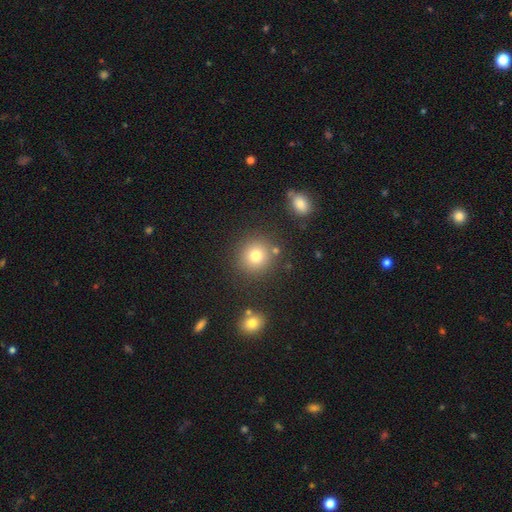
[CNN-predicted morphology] type=smooth (78%); roundness=round (90%); merging=none (83%).